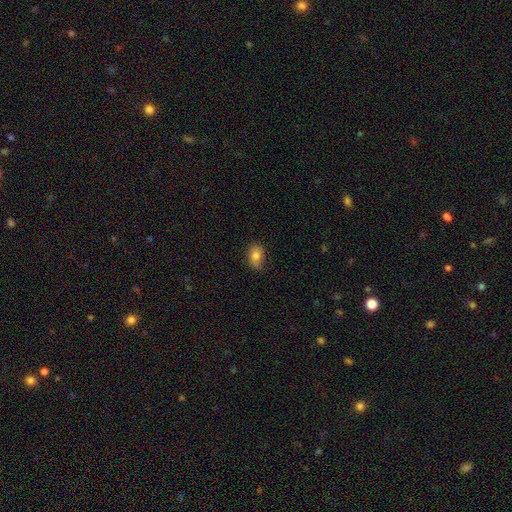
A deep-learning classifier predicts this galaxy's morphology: smooth-or-featured: smooth: 81% | featured or disk: 10% | star or artifact: 9%
  how-rounded: in between: 74% | round: 25% | cigar-shaped: 1%
  merging: none: 75% | minor disturbance: 21% | major disturbance: 4% | merger: 1%